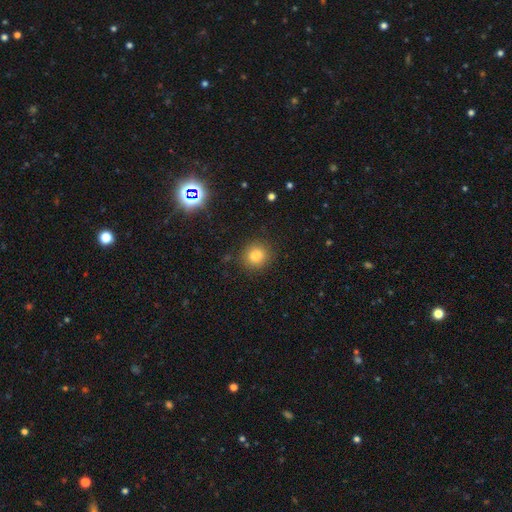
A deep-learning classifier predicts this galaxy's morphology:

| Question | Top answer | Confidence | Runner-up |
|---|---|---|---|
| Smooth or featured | smooth | 81% | star or artifact (13%) |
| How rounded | round | 78% | in between (21%) |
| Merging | none | 84% | minor disturbance (11%) |